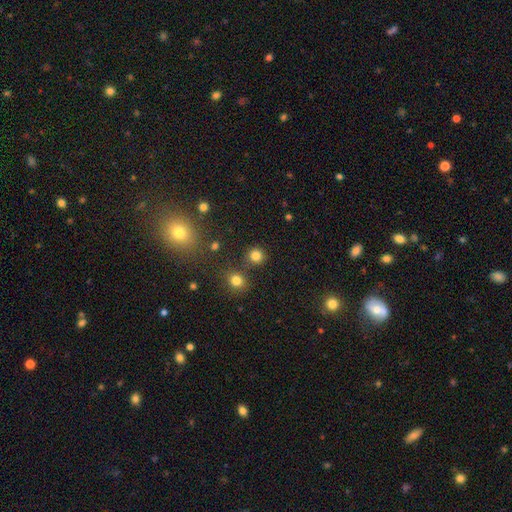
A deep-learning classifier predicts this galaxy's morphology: The model was most divided on "smooth or featured": smooth: 82%, star or artifact: 14%, featured or disk: 4%. More confident: how rounded — round (91%); merging — none (82%).